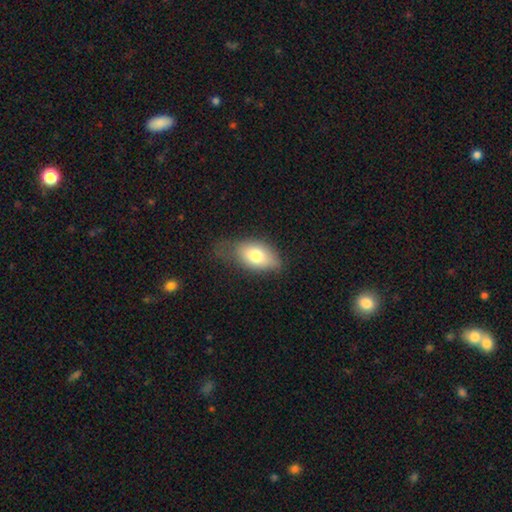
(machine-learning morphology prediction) smooth 74%, featured or disk 17%, star or artifact 8%. Down the decision tree: how rounded — in between (88%); merging — none (51%).